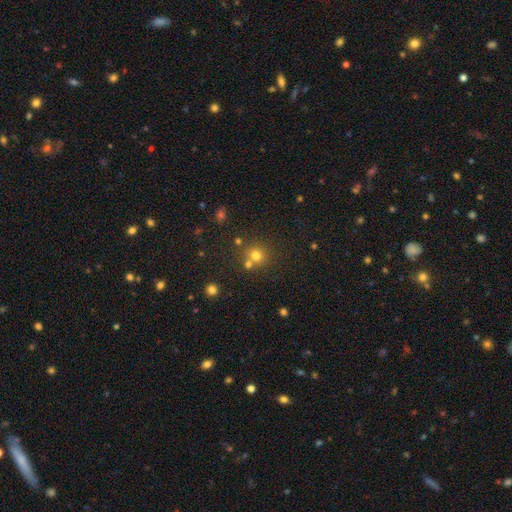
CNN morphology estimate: Smooth or featured: smooth — 72% (star or artifact — 19%)
How rounded: round — 89% (in between — 11%)
Merging: none — 65% (merger — 24%)